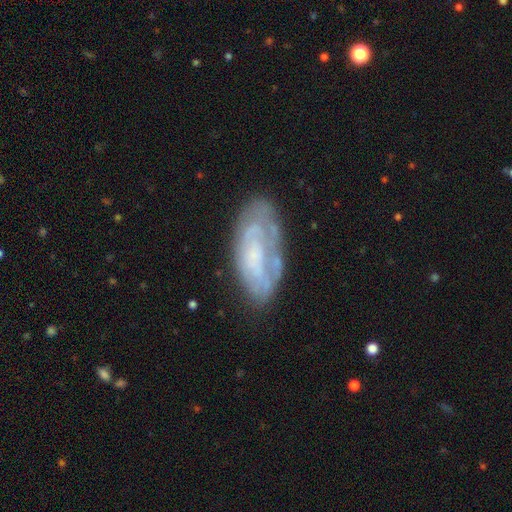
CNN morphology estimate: Smooth or featured? Predicted: featured or disk (p=0.59). Edge-on disk? Predicted: no (p=0.91). Bar? Predicted: no (p=0.75). Spiral arms? Predicted: no (p=0.53). Bulge size? Predicted: none (p=0.43). Merging? Predicted: none (p=0.61).